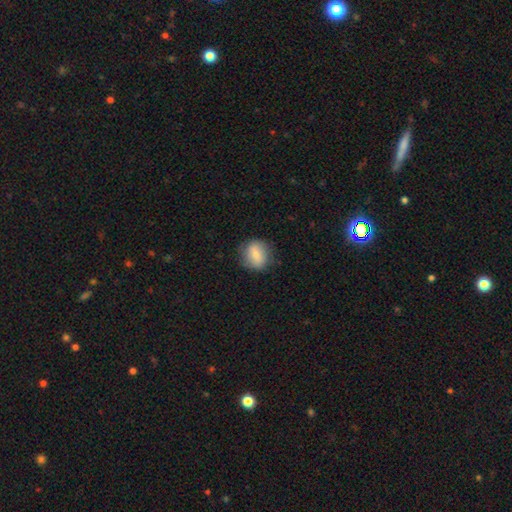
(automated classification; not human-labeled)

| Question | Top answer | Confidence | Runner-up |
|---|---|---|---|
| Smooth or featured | smooth | 72% | featured or disk (19%) |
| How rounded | round | 61% | in between (37%) |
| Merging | none | 82% | minor disturbance (14%) |